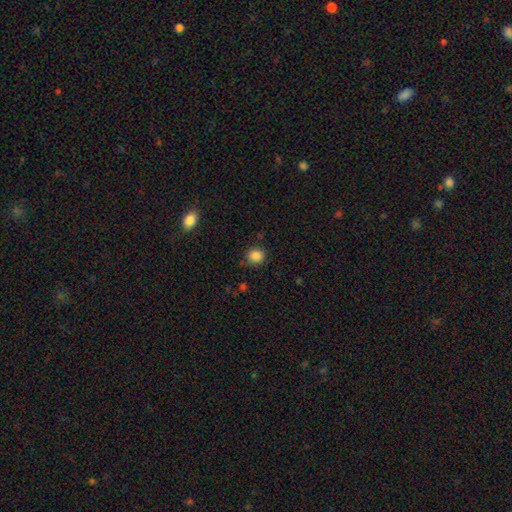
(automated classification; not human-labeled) This is clearly a smooth galaxy (86%). How rounded: likely round (80%). Merging: clearly none (83%).